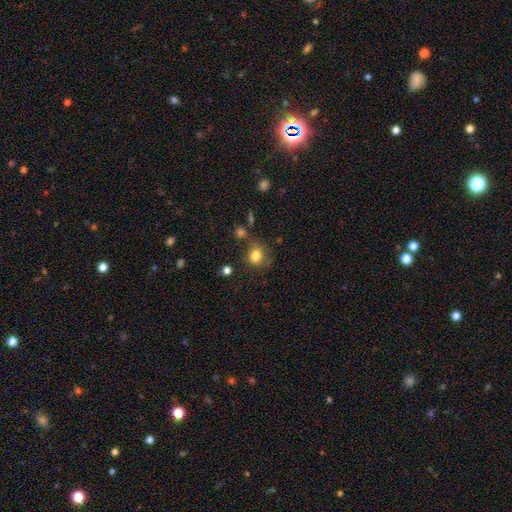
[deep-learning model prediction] smooth 81%, star or artifact 11%, featured or disk 9%. Down the decision tree: how rounded — round (66%); merging — none (65%).